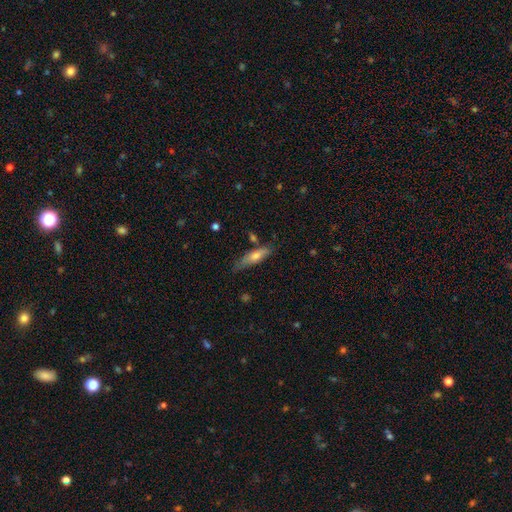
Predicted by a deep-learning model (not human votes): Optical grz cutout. It shows a smooth galaxy with no disk features (61%) that is cigar-shaped (67%). Merging: none (67%).